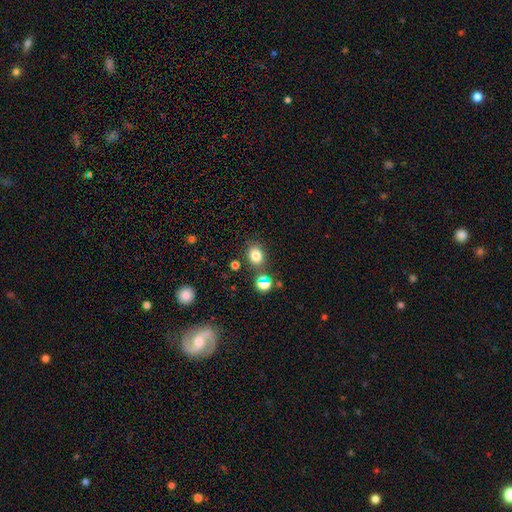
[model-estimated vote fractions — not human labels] Smooth or featured?
  - smooth: 78% *
  - star or artifact: 15%
  - featured or disk: 7%
How rounded?
  - round: 53% *
  - in between: 46%
  - cigar-shaped: 1%
Merging?
  - none: 77% *
  - minor disturbance: 11%
  - merger: 9%
  - major disturbance: 4%